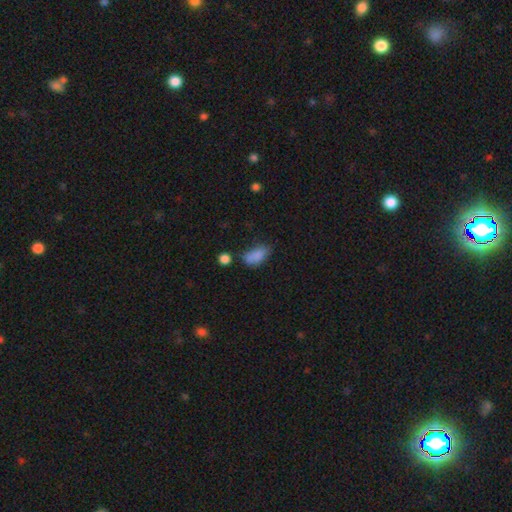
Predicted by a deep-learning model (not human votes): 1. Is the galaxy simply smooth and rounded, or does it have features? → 82% smooth, 10% star or artifact, 9% featured or disk.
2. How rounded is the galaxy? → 88% in between, 6% round, 6% cigar-shaped.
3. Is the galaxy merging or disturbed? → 48% none, 30% minor disturbance, 12% merger, 11% major disturbance.